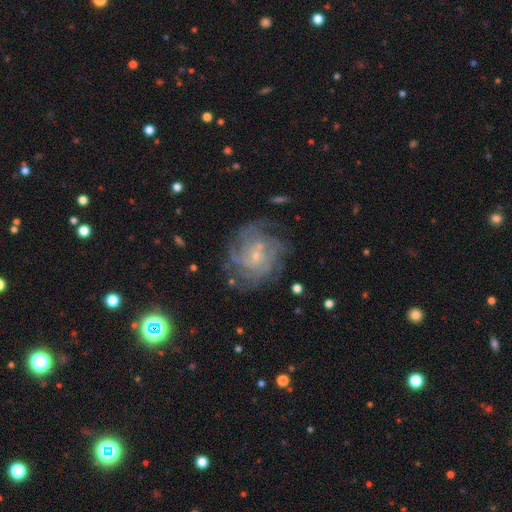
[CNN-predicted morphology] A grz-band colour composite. It shows a featured or disk galaxy (83%) with no bar (70%), can't tell (28%, tied with 4) tight (60%) spiral arms (95%) and a small central bulge (82%). Merging: none (71%).